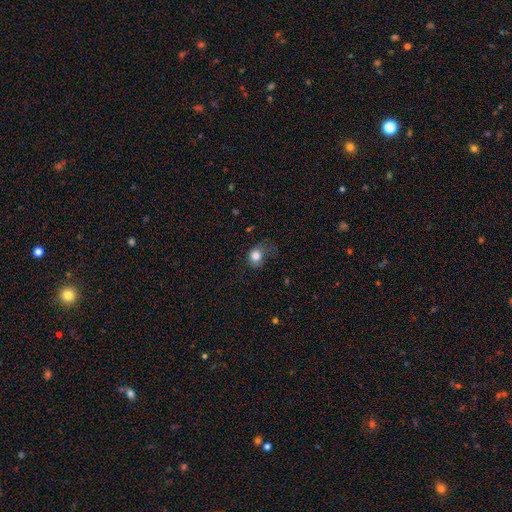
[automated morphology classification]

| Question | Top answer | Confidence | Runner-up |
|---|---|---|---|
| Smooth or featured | smooth | 81% | star or artifact (11%) |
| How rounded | round | 69% | in between (30%) |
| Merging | none | 44% | minor disturbance (30%) |